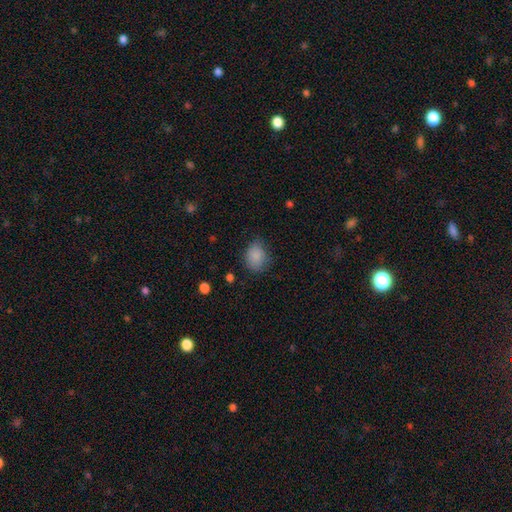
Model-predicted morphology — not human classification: Smooth or featured? smooth (86%)
How rounded? in between (57%)
Merging? none (68%)